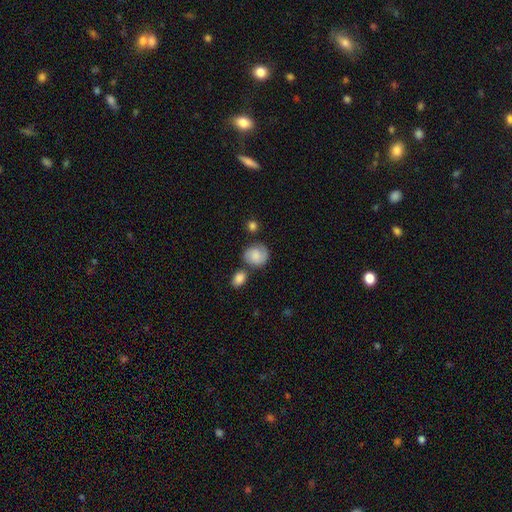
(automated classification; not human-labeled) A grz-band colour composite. It shows a smooth galaxy with no disk features (58%) that is round (70%). Merging: none (61%).